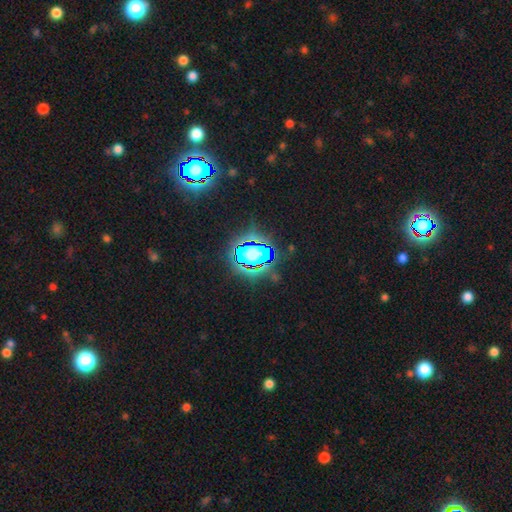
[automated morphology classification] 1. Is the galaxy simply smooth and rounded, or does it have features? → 81% star or artifact, 12% smooth, 7% featured or disk.